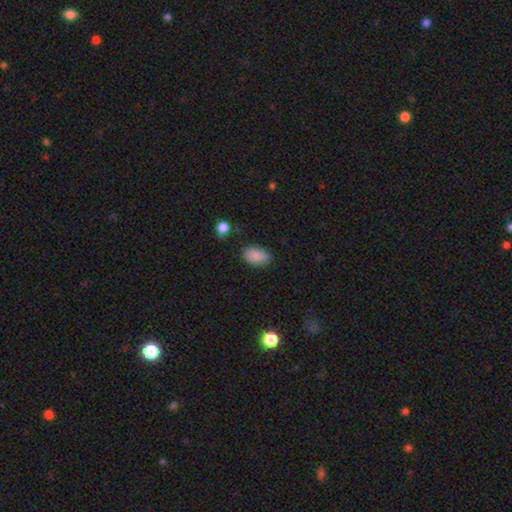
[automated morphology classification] Smooth or featured?
  - smooth: 87% *
  - star or artifact: 8%
  - featured or disk: 4%
How rounded?
  - in between: 91% *
  - round: 8%
  - cigar-shaped: 1%
Merging?
  - none: 81% *
  - minor disturbance: 14%
  - major disturbance: 3%
  - merger: 2%